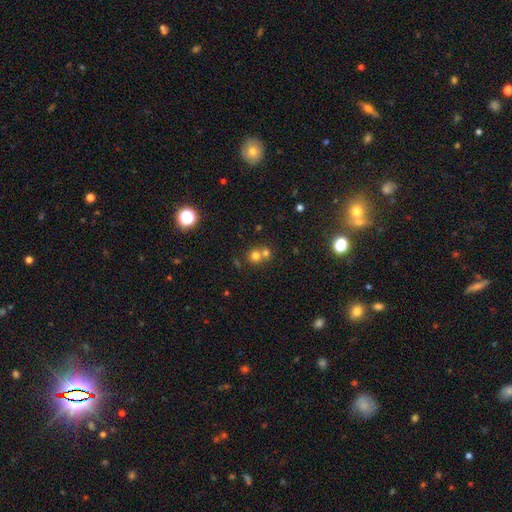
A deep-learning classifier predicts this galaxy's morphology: Smooth or featured? Predicted: smooth (p=0.71). How rounded? Predicted: round (p=0.87). Merging? Predicted: merger (p=0.50).